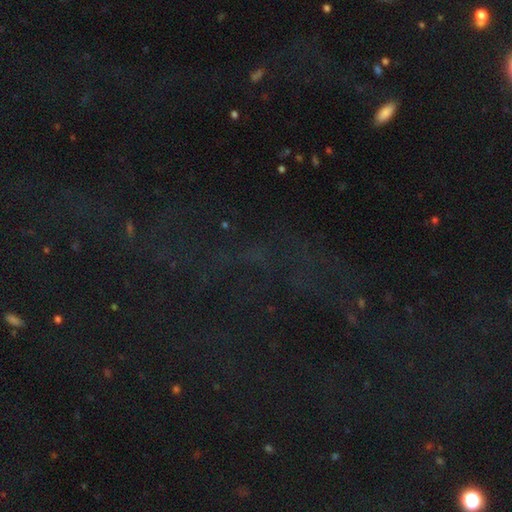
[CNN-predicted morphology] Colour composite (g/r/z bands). It shows a star or artifact, not a galaxy (74%).